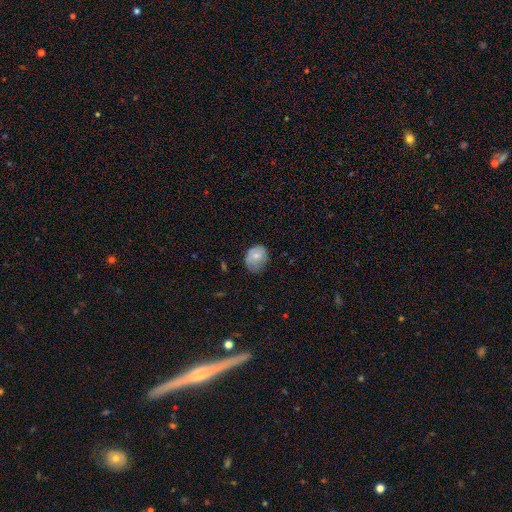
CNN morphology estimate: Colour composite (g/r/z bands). It shows a smooth galaxy with no disk features (71%) that is in between round and cigar-shaped (51%). Merging: none (53%).